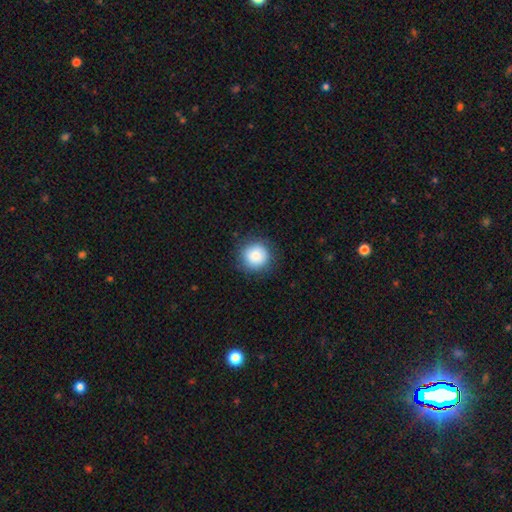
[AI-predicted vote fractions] smooth 84%, star or artifact 9%, featured or disk 7%. Down the decision tree: how rounded — round (95%); merging — none (88%).